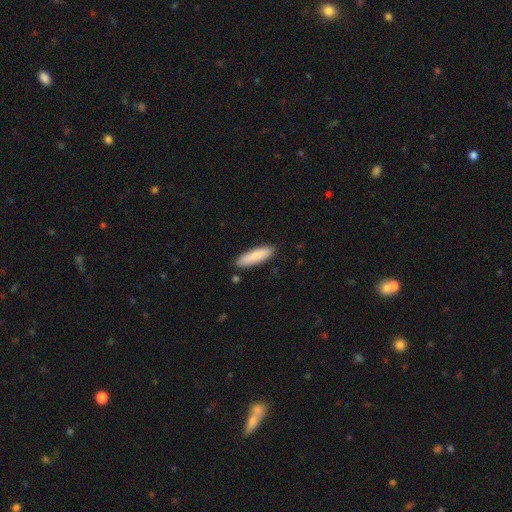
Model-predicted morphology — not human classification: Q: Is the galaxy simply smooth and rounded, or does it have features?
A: smooth — 85%.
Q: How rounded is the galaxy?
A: cigar-shaped — 67%.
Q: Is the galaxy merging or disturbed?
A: none — 87%.